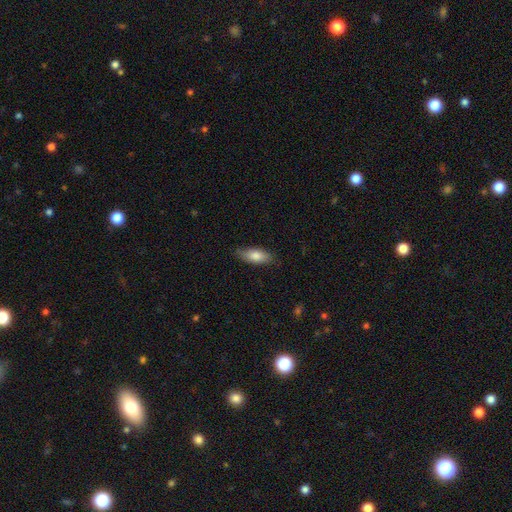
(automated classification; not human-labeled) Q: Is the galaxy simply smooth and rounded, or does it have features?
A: smooth — 79%.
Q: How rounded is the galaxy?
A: in between — 77%.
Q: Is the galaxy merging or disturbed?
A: none — 80%.